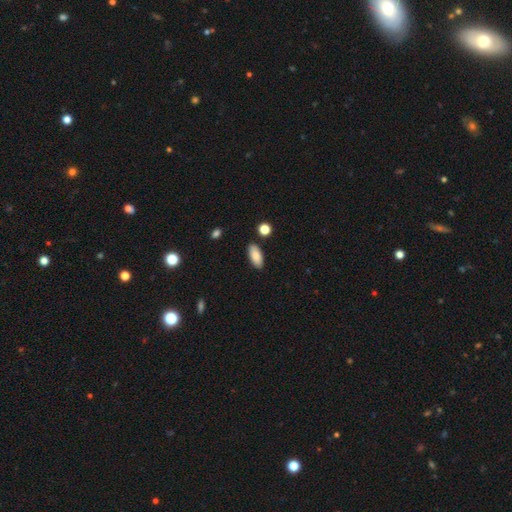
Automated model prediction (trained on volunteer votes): Smooth or featured: smooth — 86% (featured or disk — 8%)
How rounded: in between — 89% (cigar-shaped — 9%)
Merging: none — 86% (minor disturbance — 9%)